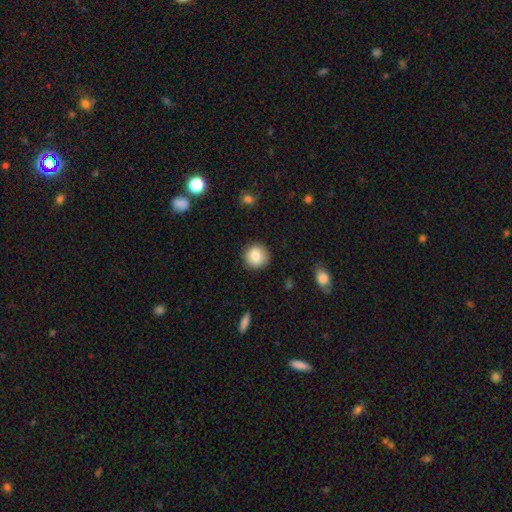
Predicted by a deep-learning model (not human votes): Smooth or featured? Predicted: smooth (p=0.83). How rounded? Predicted: round (p=0.92). Merging? Predicted: none (p=0.89).